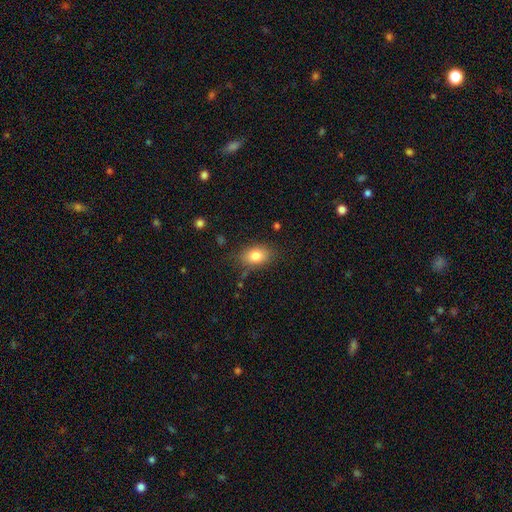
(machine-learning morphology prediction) Smooth or featured?
  - smooth: 82% *
  - featured or disk: 10%
  - star or artifact: 8%
How rounded?
  - in between: 82% *
  - round: 17%
  - cigar-shaped: 2%
Merging?
  - none: 79% *
  - minor disturbance: 15%
  - major disturbance: 4%
  - merger: 2%